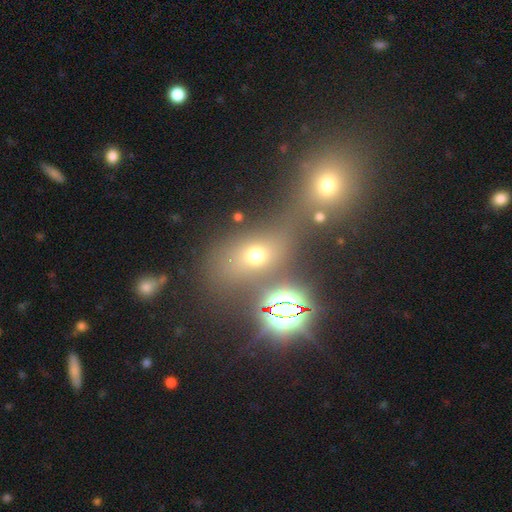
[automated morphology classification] smooth_or_featured: smooth (p=0.53) [alt: star or artifact p=0.32]
how_rounded: in between (p=0.61) [alt: round p=0.35]
merging: none (p=0.50) [alt: merger p=0.29]